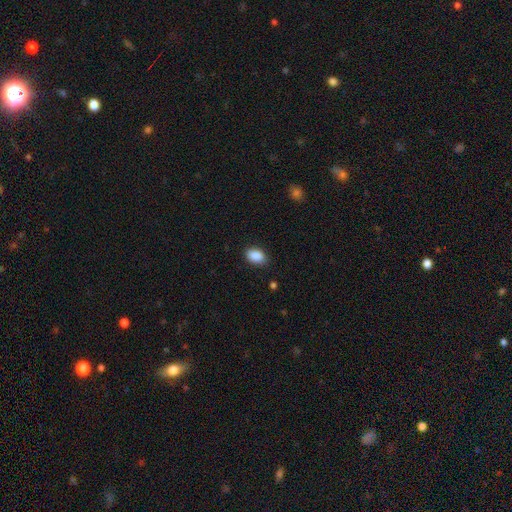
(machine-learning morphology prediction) Smooth or featured: smooth — 89% (star or artifact — 8%)
How rounded: in between — 86% (round — 13%)
Merging: none — 86% (minor disturbance — 10%)